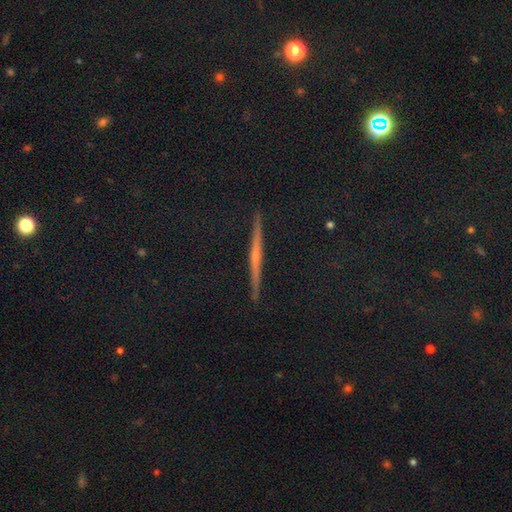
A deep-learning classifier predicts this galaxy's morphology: Smooth or featured? Predicted: featured or disk (p=0.49). Merging? Predicted: none (p=0.92).